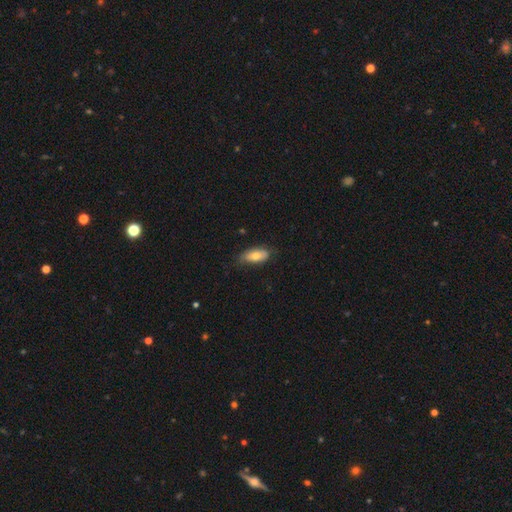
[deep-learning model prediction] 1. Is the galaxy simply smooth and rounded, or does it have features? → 74% smooth, 20% featured or disk, 6% star or artifact.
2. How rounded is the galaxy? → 86% in between, 11% cigar-shaped, 3% round.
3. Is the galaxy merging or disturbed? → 69% none, 26% minor disturbance, 5% major disturbance, 1% merger.